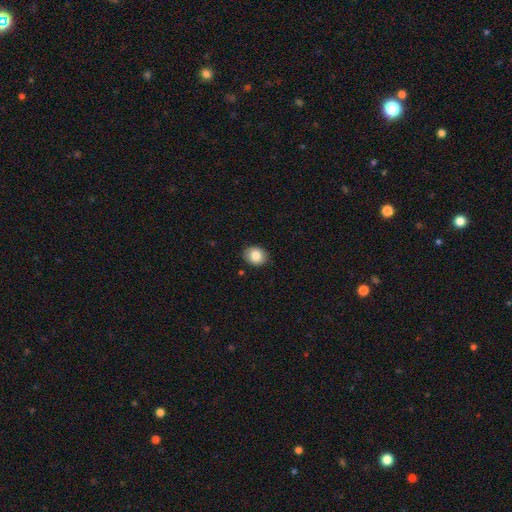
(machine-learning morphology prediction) A smooth galaxy with no disk features (84%) that is round (60%).

Vote fractions:
- Smooth or featured? smooth: 84% / star or artifact: 8% / featured or disk: 7%
- How rounded? round: 60% / in between: 39% / cigar-shaped: 1%
- Merging? none: 87% / minor disturbance: 10% / major disturbance: 2% / merger: 1%